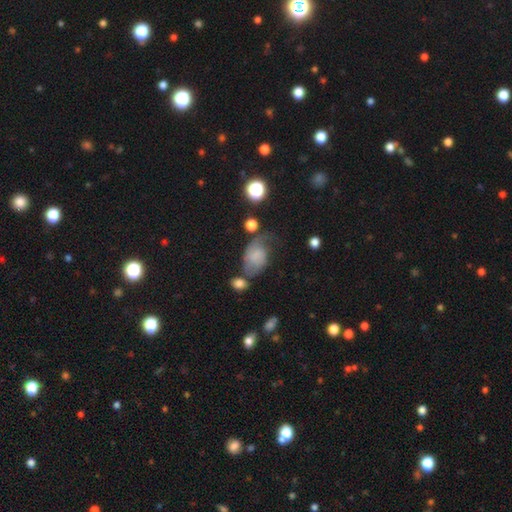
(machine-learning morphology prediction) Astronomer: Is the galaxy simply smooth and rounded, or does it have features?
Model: smooth — 54% (runner-up: featured or disk, 36%).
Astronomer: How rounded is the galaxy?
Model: in between — 79%.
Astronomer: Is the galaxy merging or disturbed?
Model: none — 31% (runner-up: minor disturbance, 29%).